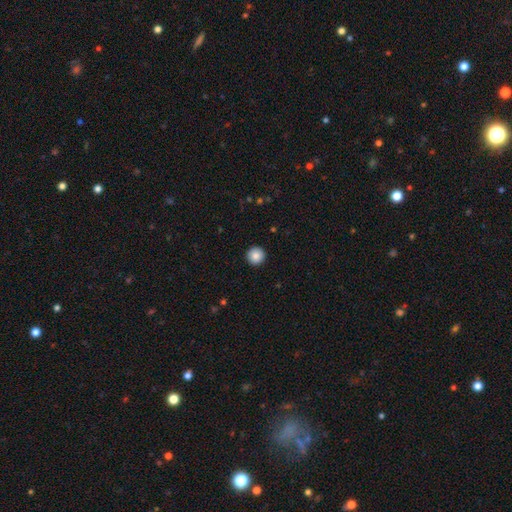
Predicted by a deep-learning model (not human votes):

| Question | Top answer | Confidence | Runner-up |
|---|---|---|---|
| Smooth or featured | smooth | 87% | star or artifact (8%) |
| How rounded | round | 96% | in between (3%) |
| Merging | none | 93% | minor disturbance (4%) |